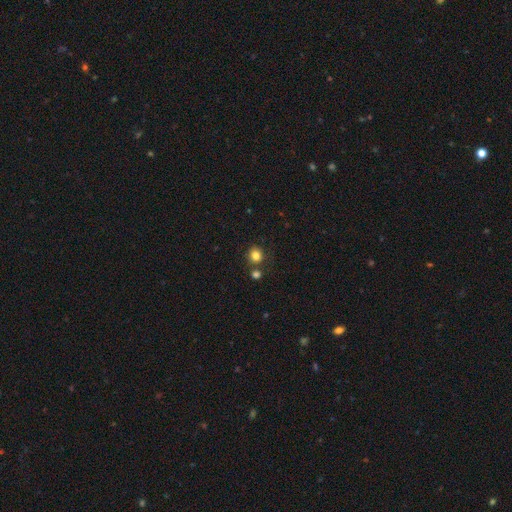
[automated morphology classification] Q: Smooth or featured?
A: smooth (82%); runner-up: star or artifact (12%)
Q: How rounded?
A: round (86%); runner-up: in between (13%)
Q: Merging?
A: none (76%); runner-up: merger (12%)